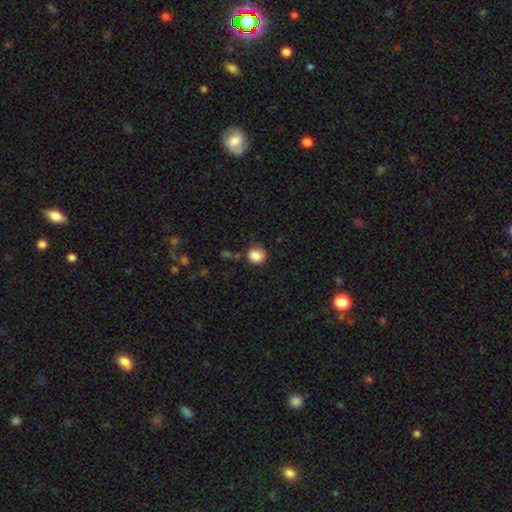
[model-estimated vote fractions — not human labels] Smooth or featured? Predicted: smooth (p=0.86). How rounded? Predicted: round (p=0.84). Merging? Predicted: none (p=0.68).